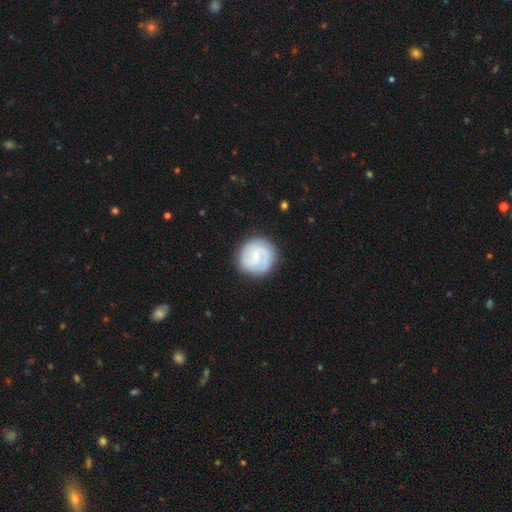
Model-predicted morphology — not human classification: The model was most divided on "spiral winding": tight: 50%, medium: 37%, loose: 13%. Remaining: edge-on disk — no (98%); spiral arms — yes (87%); merging — none (84%); bulge size — small (66%); smooth or featured — featured or disk (61%); bar — no (60%); spiral arm count — 2 (45%).